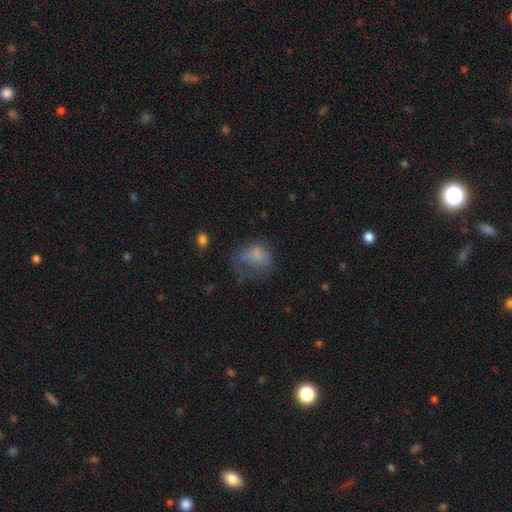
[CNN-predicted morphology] Smooth or featured? smooth (68%)
How rounded? in between (53%)
Merging? major disturbance (41%)